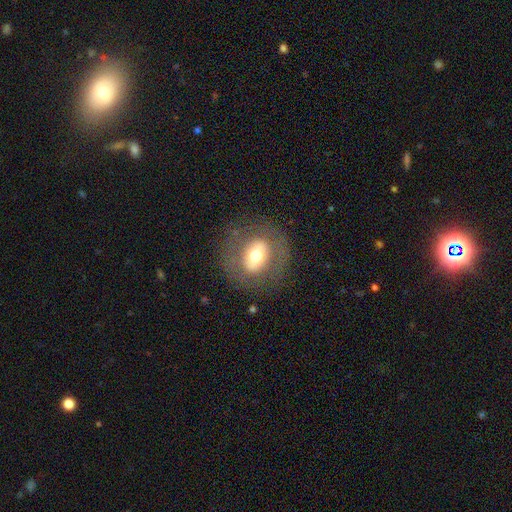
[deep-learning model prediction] This is possibly a smooth galaxy (46%). Merging: likely none (79%).